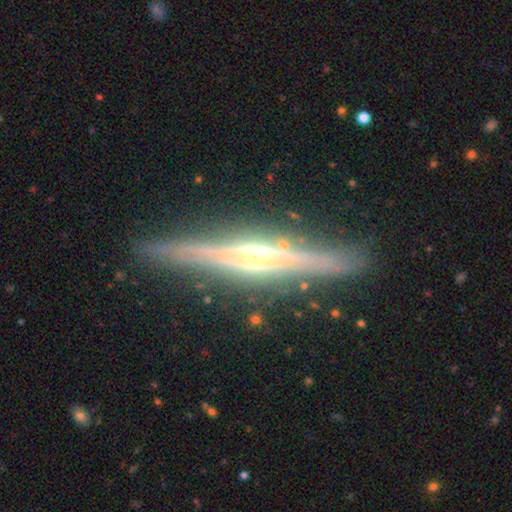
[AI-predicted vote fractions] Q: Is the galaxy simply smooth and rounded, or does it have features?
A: featured or disk — 87%.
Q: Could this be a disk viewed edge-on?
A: yes — 97%.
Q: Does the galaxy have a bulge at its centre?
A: rounded — 68%.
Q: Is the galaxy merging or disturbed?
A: none — 88%.